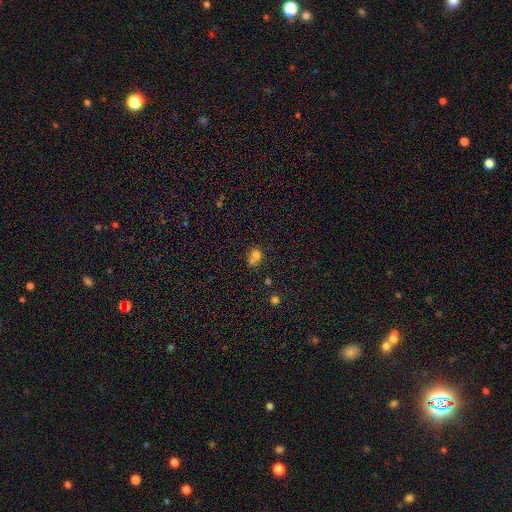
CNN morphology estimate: The model was most divided on "merging": merger: 42%, none: 37%, minor disturbance: 15%, major disturbance: 7%. More confident: smooth or featured — smooth (73%); how rounded — round (60%).